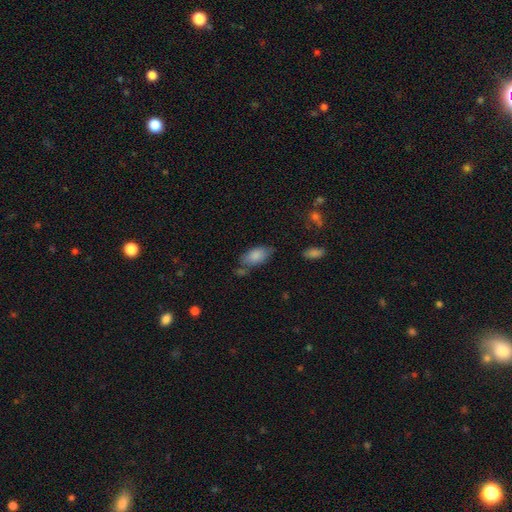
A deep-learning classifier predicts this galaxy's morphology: Overall: smooth (84%). How rounded: in between (92%). Merging: none (61%; minor disturbance 23%).